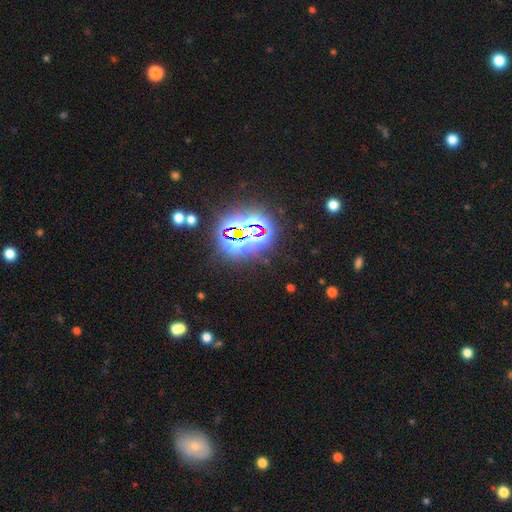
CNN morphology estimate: smooth_or_featured: star or artifact (p=0.80) [alt: smooth p=0.12]